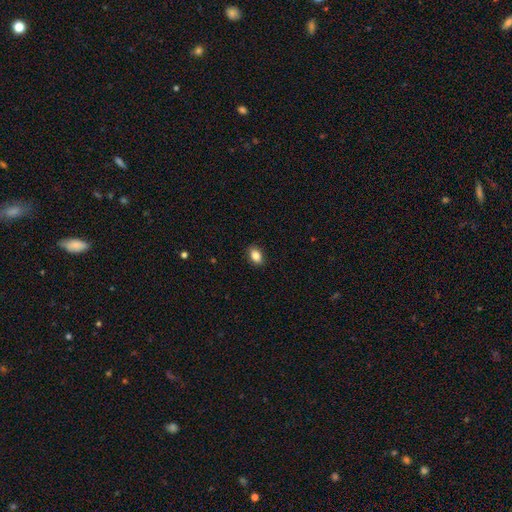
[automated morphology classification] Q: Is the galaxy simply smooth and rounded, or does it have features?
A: smooth — 86%.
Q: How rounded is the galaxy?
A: in between — 85%.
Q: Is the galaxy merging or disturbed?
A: none — 89%.